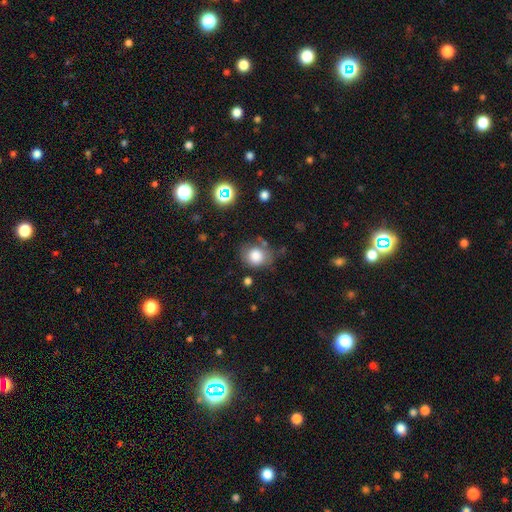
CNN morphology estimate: The model was most divided on "how rounded": round: 70%, in between: 29%, cigar-shaped: 1%. More confident: smooth or featured — smooth (81%); merging — none (65%).